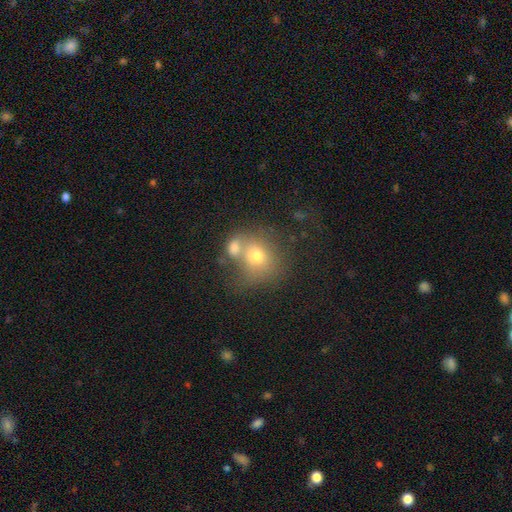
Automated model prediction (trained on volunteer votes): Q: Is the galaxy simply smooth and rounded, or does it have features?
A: smooth — 66%.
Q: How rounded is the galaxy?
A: round — 74%.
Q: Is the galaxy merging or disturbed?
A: merger — 50%.